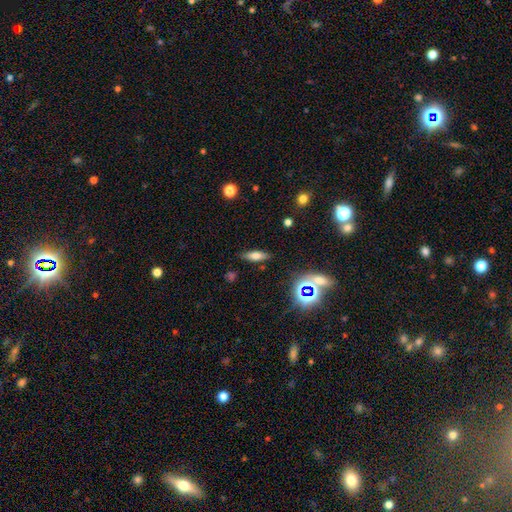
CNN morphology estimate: Smooth or featured? Predicted: smooth (p=0.62). How rounded? Predicted: in between (p=0.57). Merging? Predicted: none (p=0.84).